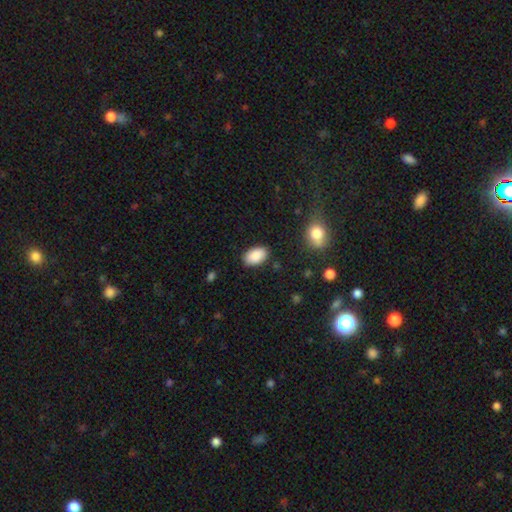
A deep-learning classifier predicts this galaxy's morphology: Smooth or featured? smooth (89%)
How rounded? in between (93%)
Merging? none (87%)